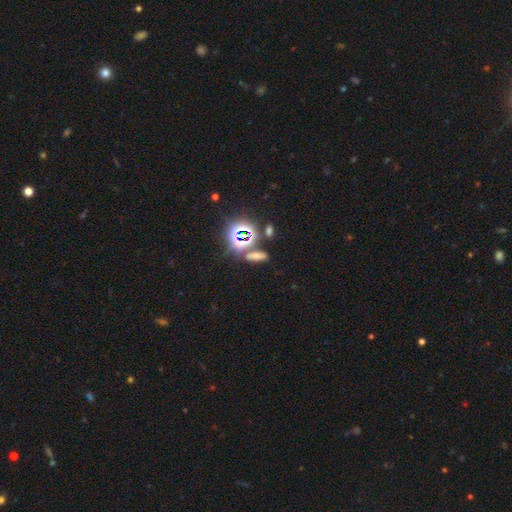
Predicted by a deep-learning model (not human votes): A smooth galaxy with no disk features (45%). Merging: none (69%).